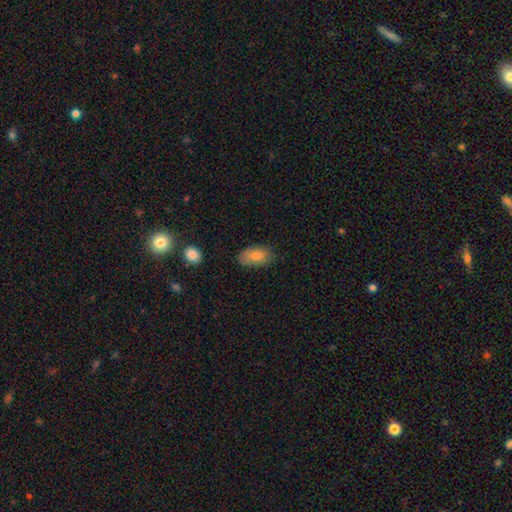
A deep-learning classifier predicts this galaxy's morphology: This appears to be a smooth galaxy with no disk features (80%) that is in between round and cigar-shaped (91%). Merging: none (75%).